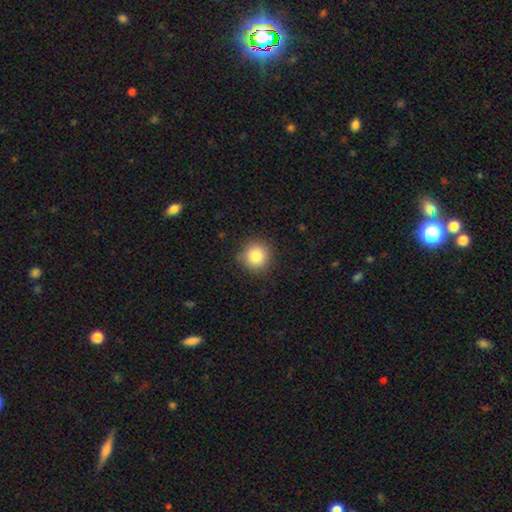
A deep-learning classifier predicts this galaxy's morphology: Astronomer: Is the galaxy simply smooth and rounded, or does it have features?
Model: smooth — 83%.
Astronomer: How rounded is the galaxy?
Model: round — 93%.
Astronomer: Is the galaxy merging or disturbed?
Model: none — 88%.